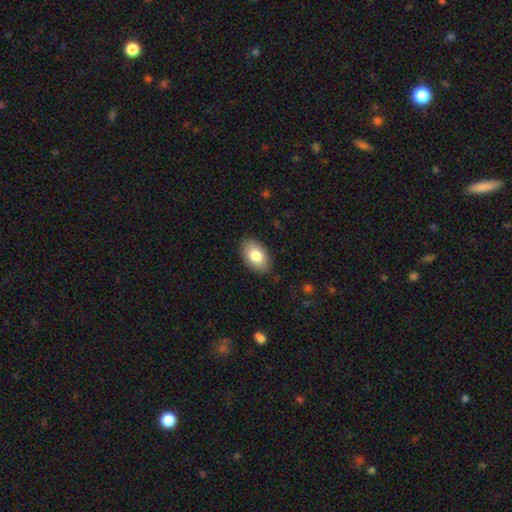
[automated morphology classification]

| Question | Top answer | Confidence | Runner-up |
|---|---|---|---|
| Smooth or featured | smooth | 81% | featured or disk (12%) |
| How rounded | in between | 92% | round (6%) |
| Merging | none | 84% | minor disturbance (12%) |